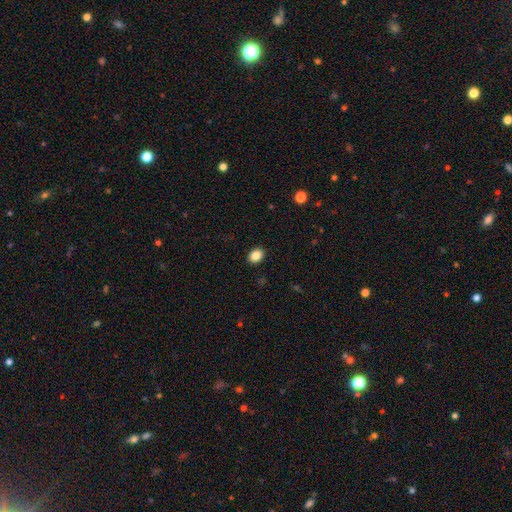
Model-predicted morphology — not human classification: Overall: smooth (86%). How rounded: in between (65%; round 34%). Merging: none (90%).